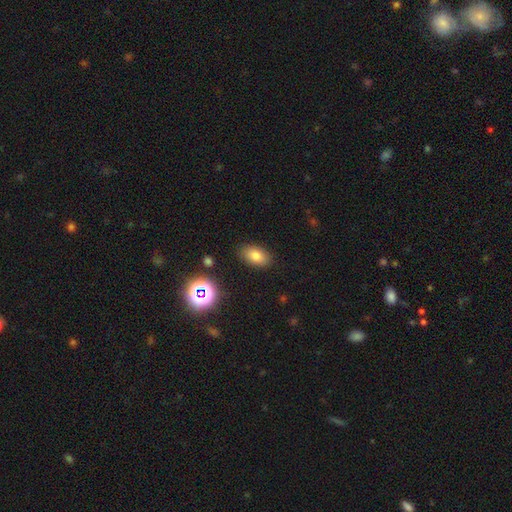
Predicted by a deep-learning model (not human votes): A smooth galaxy with no disk features (77%) that is in between round and cigar-shaped (88%). Merging: none (86%).